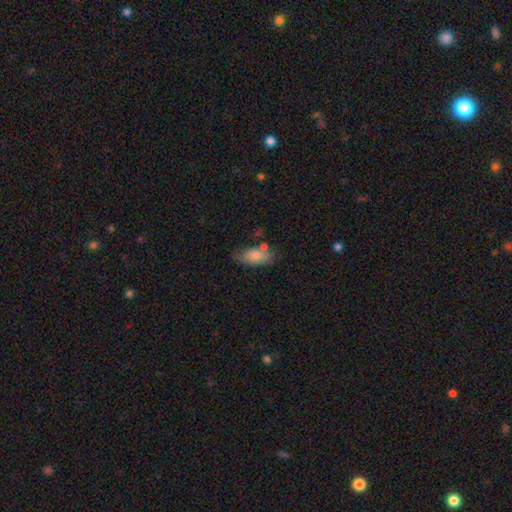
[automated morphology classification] smooth 74%, featured or disk 19%, star or artifact 7%. Down the decision tree: how rounded — in between (90%); merging — none (53%).